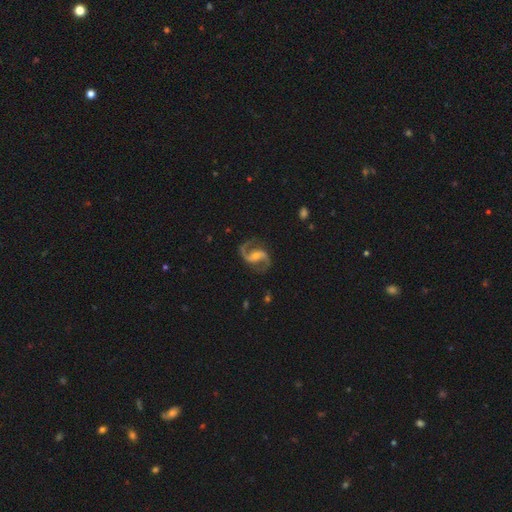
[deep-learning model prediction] Q: Smooth or featured?
A: featured or disk (93%); runner-up: star or artifact (4%)
Q: Edge-on disk?
A: no (98%); runner-up: yes (2%)
Q: Bar?
A: weak (42%); runner-up: strong (31%)
Q: Spiral arms?
A: yes (98%); runner-up: no (2%)
Q: Spiral winding?
A: medium (54%); runner-up: loose (37%)
Q: Spiral arm count?
A: 2 (94%); runner-up: can't tell (1%)
Q: Bulge size?
A: small (51%); runner-up: moderate (41%)
Q: Merging?
A: none (82%); runner-up: minor disturbance (12%)